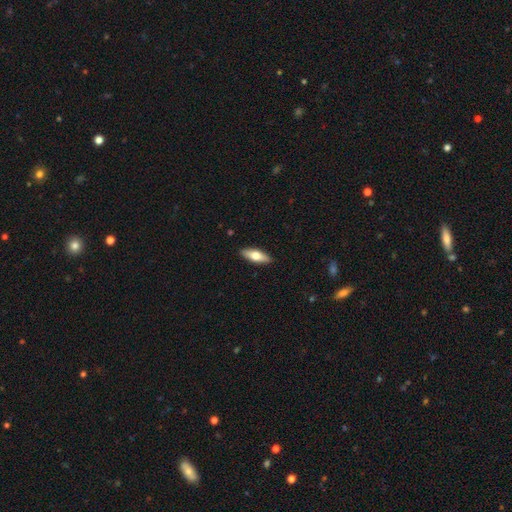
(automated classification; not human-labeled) Smooth or featured? Predicted: smooth (p=0.63). How rounded? Predicted: in between (p=0.59). Merging? Predicted: none (p=0.90).